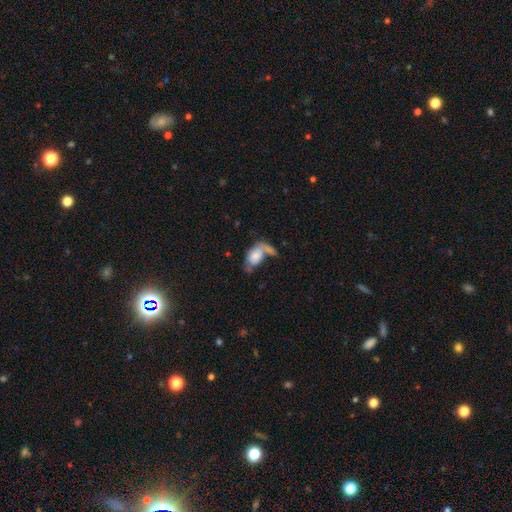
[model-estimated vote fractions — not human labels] Smooth or featured? smooth (67%)
How rounded? in between (89%)
Merging? merger (39%)